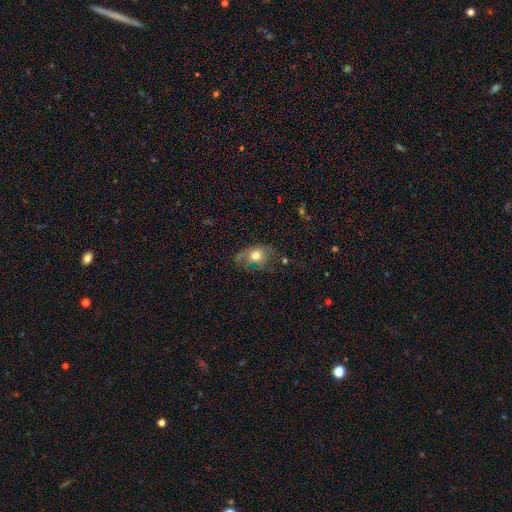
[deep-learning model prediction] This is likely a smooth galaxy (62%). How rounded: possibly in between (59%). Merging: possibly none (46%).